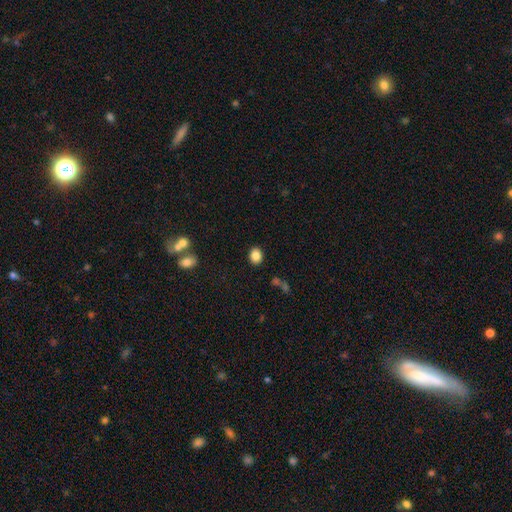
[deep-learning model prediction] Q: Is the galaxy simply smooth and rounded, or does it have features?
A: smooth — 85%.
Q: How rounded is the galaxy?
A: round — 51%.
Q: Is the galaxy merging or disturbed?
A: none — 87%.